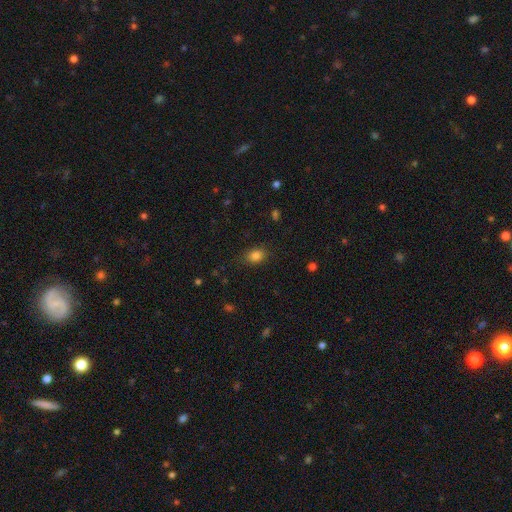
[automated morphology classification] A smooth galaxy with no disk features (83%) that is in between round and cigar-shaped (67%). Merging: none (83%).